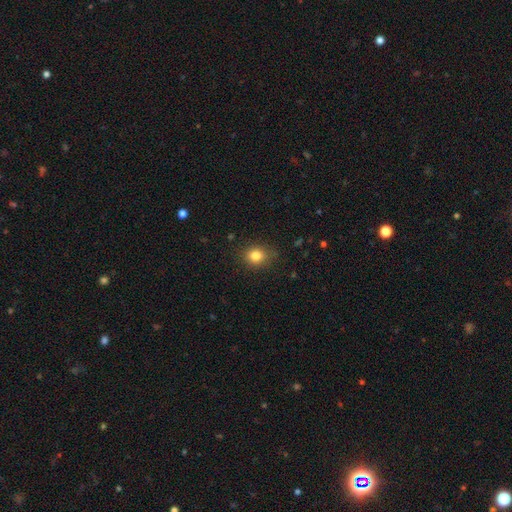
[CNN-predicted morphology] Smooth or featured: smooth — 82% (star or artifact — 11%)
How rounded: round — 65% (in between — 34%)
Merging: none — 83% (minor disturbance — 13%)